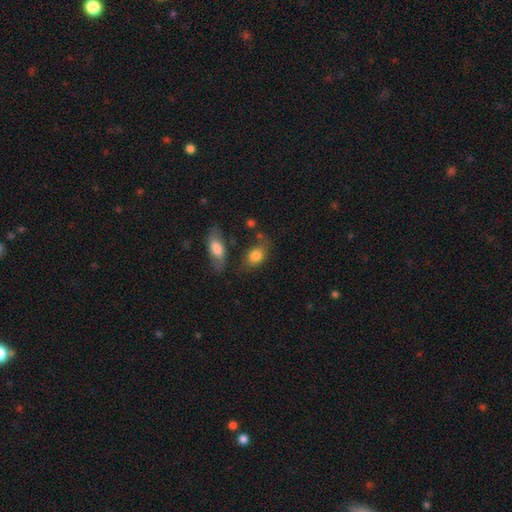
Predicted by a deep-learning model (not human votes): Morphology: type=smooth (80%); roundness=in between (77%); merging=none (59%).